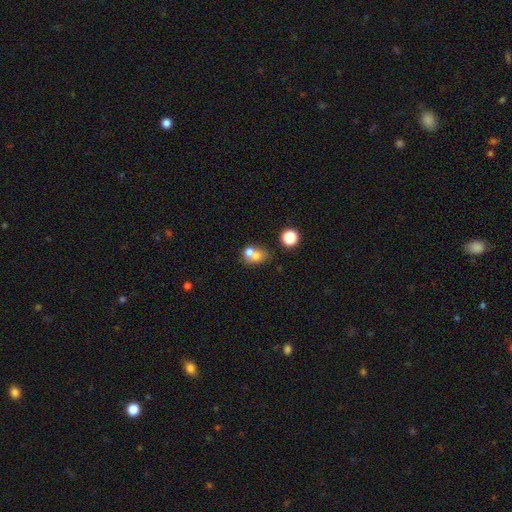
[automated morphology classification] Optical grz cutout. It shows a smooth galaxy with no disk features (70%) that is round (53%). Merging: merger (60%).